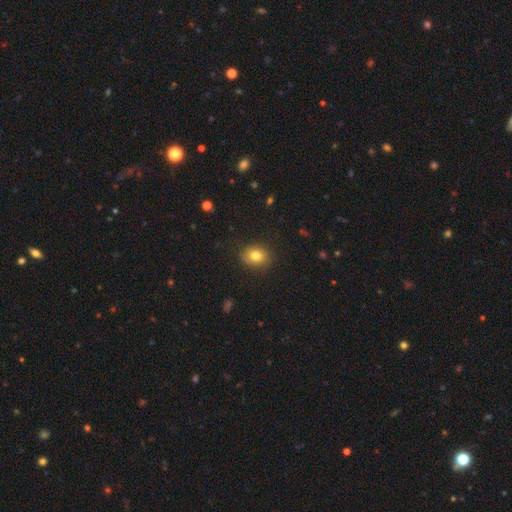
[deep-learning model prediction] Smooth or featured? Predicted: smooth (p=0.80). How rounded? Predicted: round (p=0.56). Merging? Predicted: none (p=0.85).